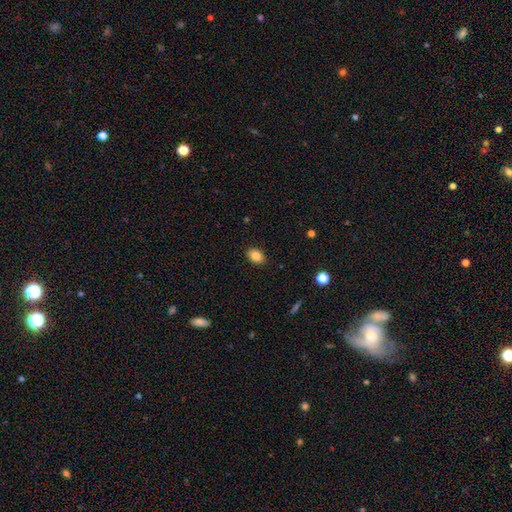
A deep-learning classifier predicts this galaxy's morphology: Overall: smooth (86%). How rounded: in between (79%). Merging: none (88%).